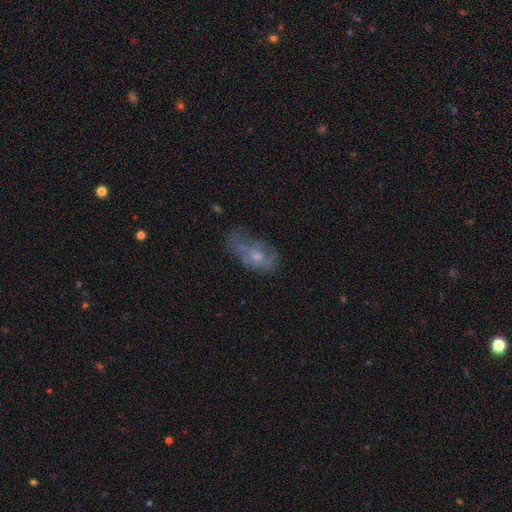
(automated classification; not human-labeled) Q: Smooth or featured?
A: featured or disk (45%); runner-up: smooth (44%)
Q: Merging?
A: none (36%); runner-up: major disturbance (29%)